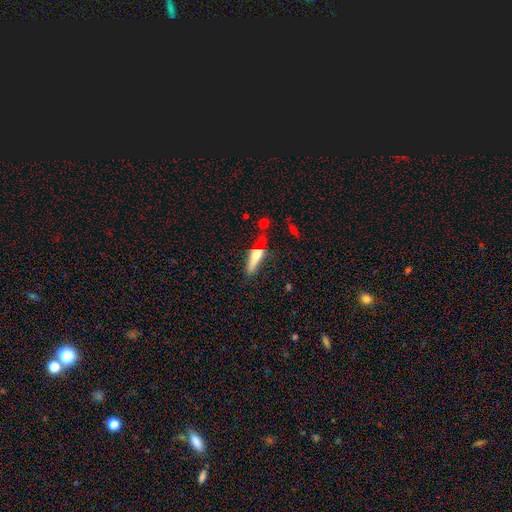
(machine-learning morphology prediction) smooth_or_featured: smooth (p=0.56) [alt: featured or disk p=0.32]
how_rounded: cigar-shaped (p=0.76) [alt: in between p=0.20]
merging: none (p=0.56) [alt: minor disturbance p=0.21]